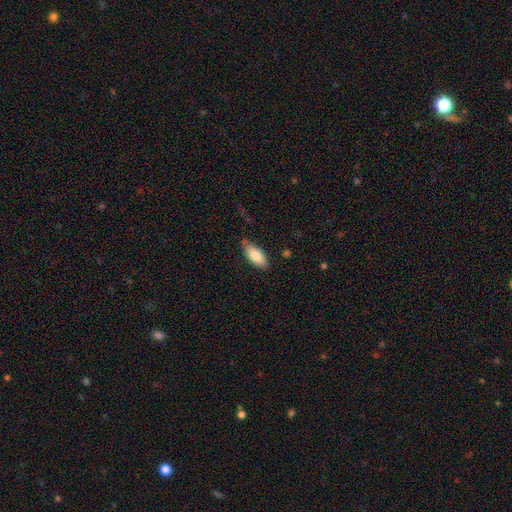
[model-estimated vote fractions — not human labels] smooth_or_featured: smooth (p=0.81) [alt: featured or disk p=0.13]
how_rounded: in between (p=0.86) [alt: cigar-shaped p=0.12]
merging: none (p=0.75) [alt: minor disturbance p=0.20]